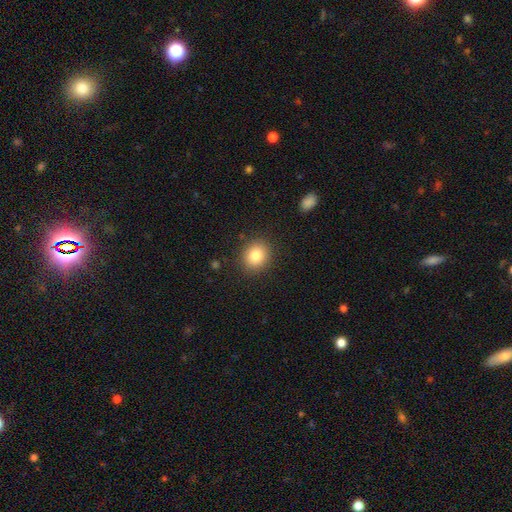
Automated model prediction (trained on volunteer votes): Smooth or featured: smooth — 82% (star or artifact — 10%)
How rounded: round — 73% (in between — 26%)
Merging: none — 88% (minor disturbance — 8%)